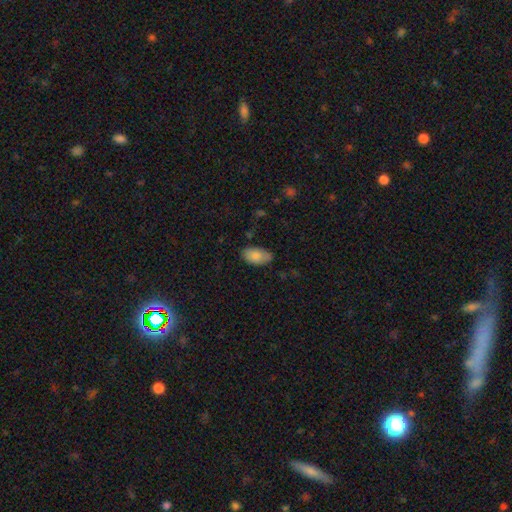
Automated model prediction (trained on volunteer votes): Overall: smooth (83%). How rounded: in between (94%). Merging: none (72%).